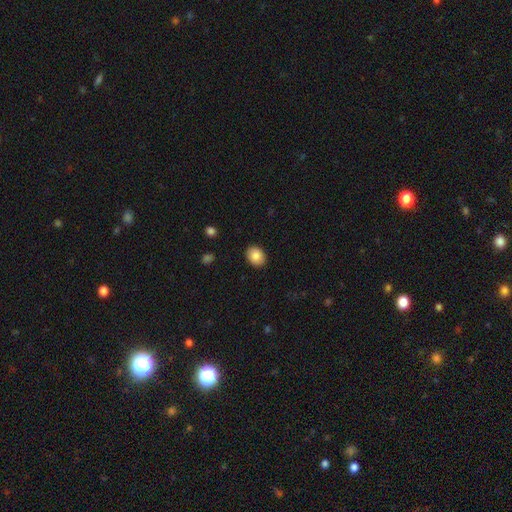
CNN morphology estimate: smooth_or_featured: smooth (p=0.86) [alt: star or artifact p=0.08]
how_rounded: in between (p=0.57) [alt: round p=0.42]
merging: none (p=0.89) [alt: minor disturbance p=0.08]